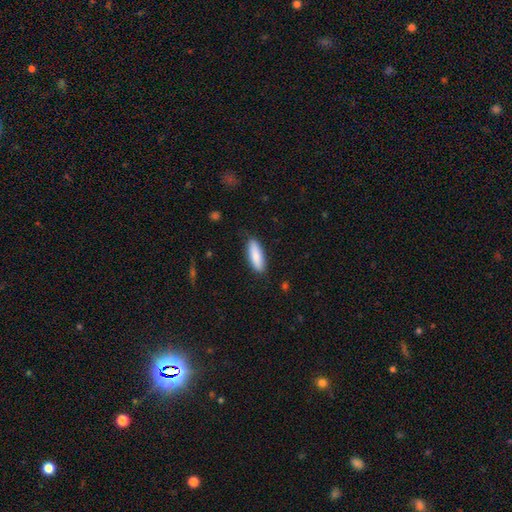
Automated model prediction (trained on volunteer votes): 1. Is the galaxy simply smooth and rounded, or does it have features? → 84% smooth, 10% featured or disk, 6% star or artifact.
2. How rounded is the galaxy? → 59% in between, 40% cigar-shaped, 2% round.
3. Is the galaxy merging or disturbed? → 85% none, 11% minor disturbance, 2% major disturbance, 1% merger.